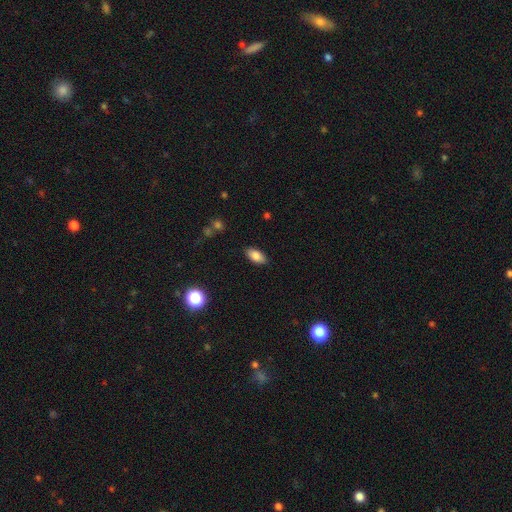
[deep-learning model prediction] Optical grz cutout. It shows a smooth galaxy with no disk features (83%) that is in between round and cigar-shaped (90%). Merging: none (87%).